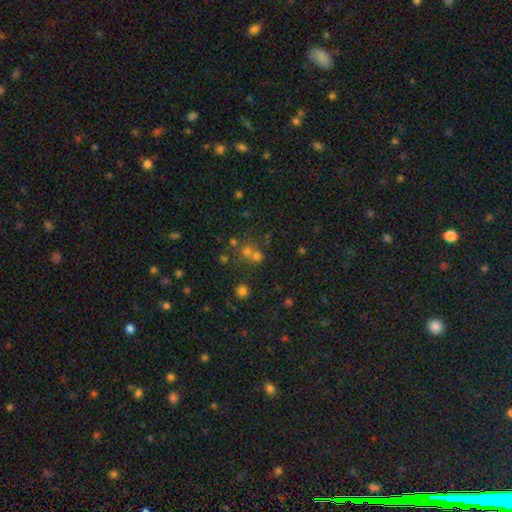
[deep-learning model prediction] This is possibly a smooth galaxy (59%). How rounded: clearly round (82%). Merging: possibly none (47%).